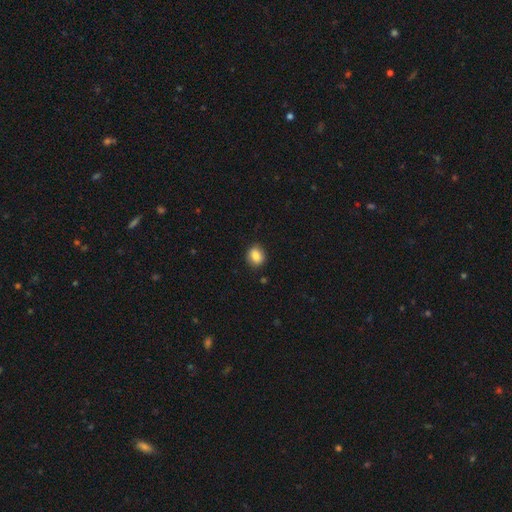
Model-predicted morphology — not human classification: smooth-or-featured: smooth: 85% | star or artifact: 9% | featured or disk: 6%
  how-rounded: round: 56% | in between: 43% | cigar-shaped: 1%
  merging: none: 86% | minor disturbance: 10% | major disturbance: 2% | merger: 1%